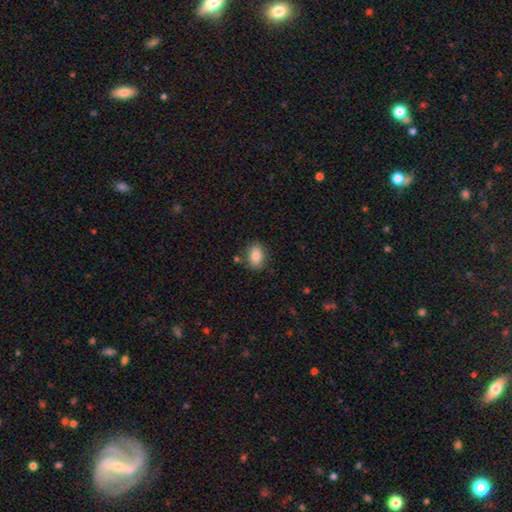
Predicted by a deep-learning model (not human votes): Morphology: type=smooth (85%); roundness=in between (80%); merging=none (80%).